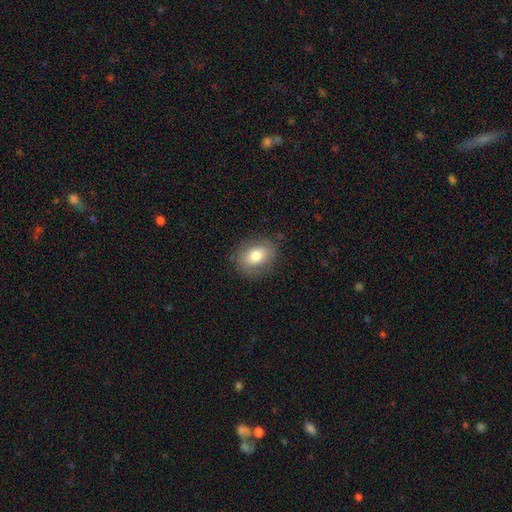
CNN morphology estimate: Smooth or featured? Predicted: smooth (p=0.77). How rounded? Predicted: in between (p=0.66). Merging? Predicted: none (p=0.83).